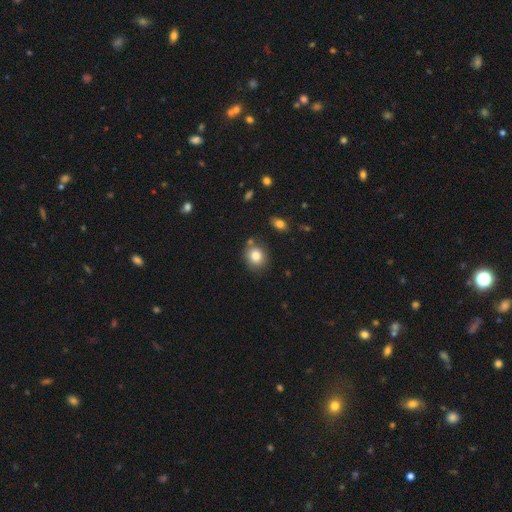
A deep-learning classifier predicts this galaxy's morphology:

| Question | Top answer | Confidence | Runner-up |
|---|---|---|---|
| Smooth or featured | smooth | 82% | star or artifact (10%) |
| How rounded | round | 74% | in between (25%) |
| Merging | none | 77% | minor disturbance (13%) |